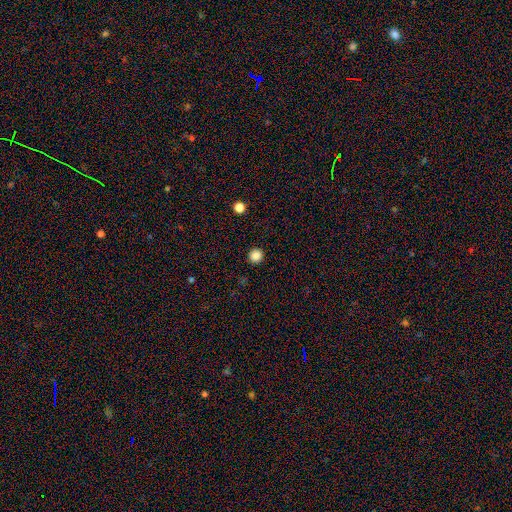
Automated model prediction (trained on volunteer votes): Q: Smooth or featured?
A: smooth (86%); runner-up: star or artifact (11%)
Q: How rounded?
A: round (95%); runner-up: in between (4%)
Q: Merging?
A: none (93%); runner-up: minor disturbance (4%)